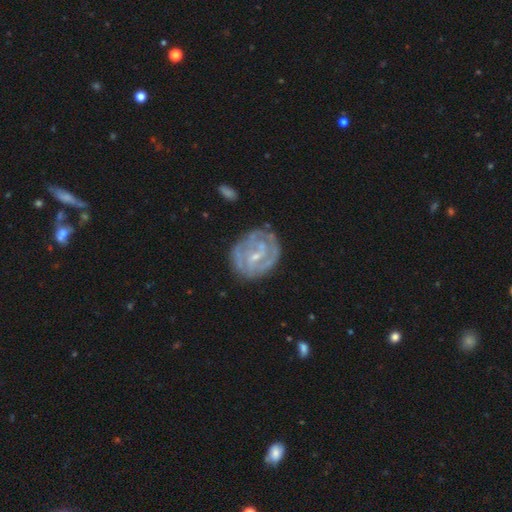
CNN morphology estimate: The model was most divided on "spiral arm count": 2: 41%, can't tell: 32%, 3: 13%, 4: 5%, 1: 5%, more than 4: 4%. More confident: edge-on disk — no (97%); spiral arms — yes (86%); smooth or featured — featured or disk (81%); merging — none (73%); bulge size — small (70%); spiral winding — tight (60%); bar — weak (51%).